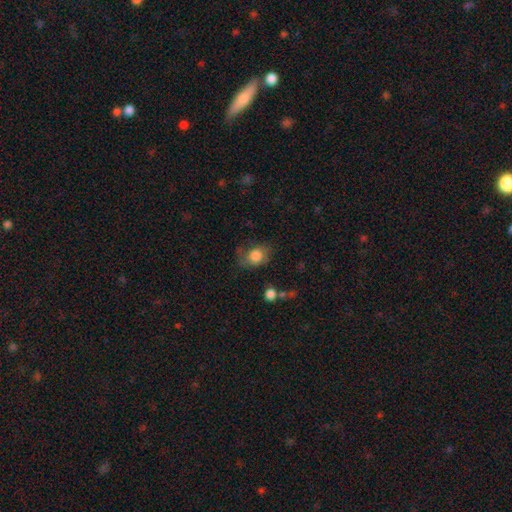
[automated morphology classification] Smooth or featured?
  - smooth: 79% *
  - featured or disk: 13%
  - star or artifact: 8%
How rounded?
  - in between: 57% *
  - round: 42%
  - cigar-shaped: 1%
Merging?
  - none: 54% *
  - minor disturbance: 28%
  - major disturbance: 14%
  - merger: 3%